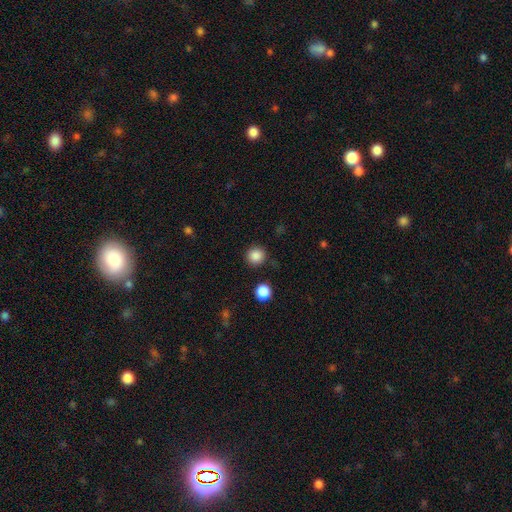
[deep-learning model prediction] Overall: smooth (86%). How rounded: round (94%). Merging: none (88%).